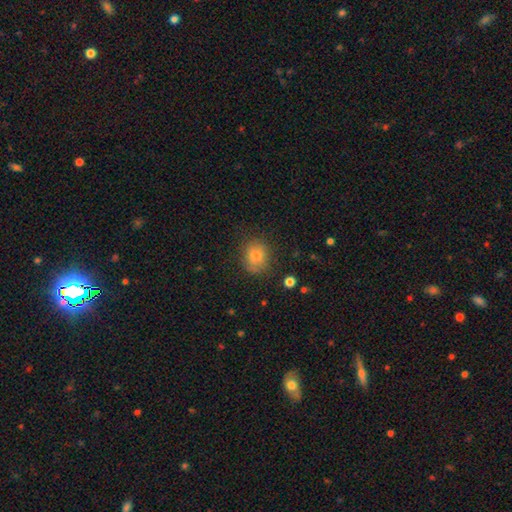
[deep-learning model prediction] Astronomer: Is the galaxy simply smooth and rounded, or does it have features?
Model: smooth — 79%.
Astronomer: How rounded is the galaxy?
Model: round — 66%.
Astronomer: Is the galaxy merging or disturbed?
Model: none — 74%.